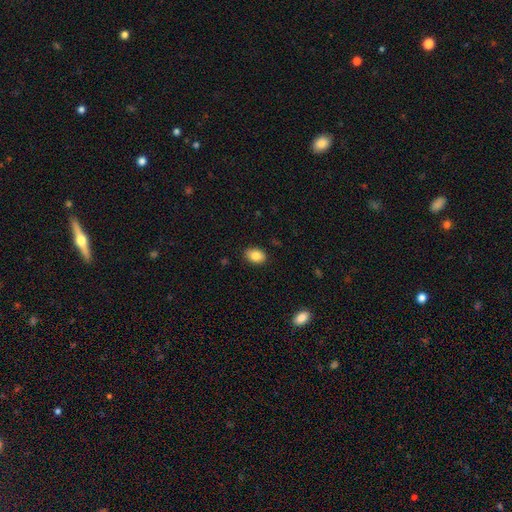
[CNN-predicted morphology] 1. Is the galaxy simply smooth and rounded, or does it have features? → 85% smooth, 8% star or artifact, 7% featured or disk.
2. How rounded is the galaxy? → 79% in between, 20% round, 1% cigar-shaped.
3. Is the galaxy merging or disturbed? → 88% none, 9% minor disturbance, 2% major disturbance, 1% merger.